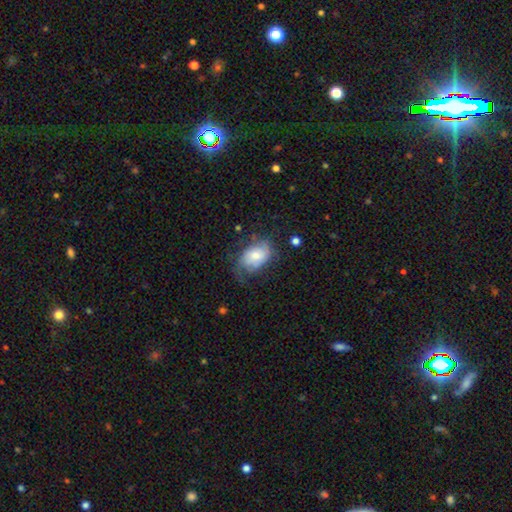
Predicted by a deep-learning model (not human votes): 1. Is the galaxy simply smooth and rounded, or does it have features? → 52% smooth, 40% featured or disk, 8% star or artifact.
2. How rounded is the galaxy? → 80% in between, 19% round, 1% cigar-shaped.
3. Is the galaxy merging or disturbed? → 44% none, 30% minor disturbance, 24% major disturbance, 2% merger.